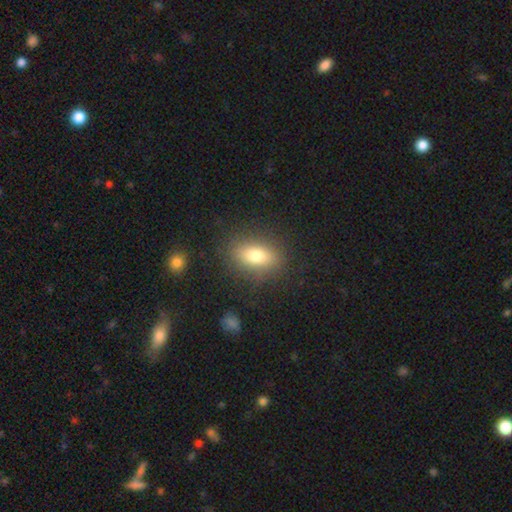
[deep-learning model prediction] Smooth or featured? smooth (76%)
How rounded? in between (79%)
Merging? none (84%)